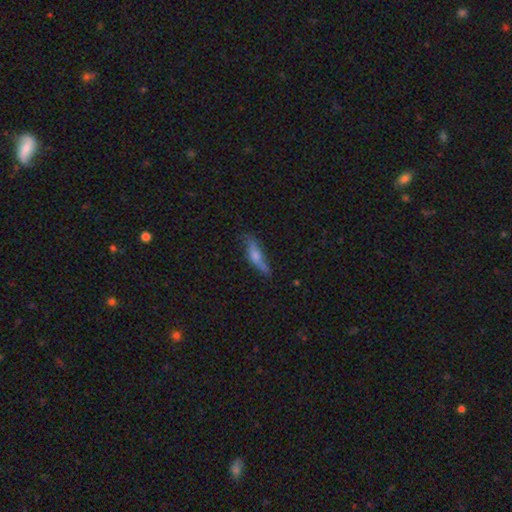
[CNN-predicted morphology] This is possibly a smooth galaxy (56%). How rounded: likely cigar-shaped (69%). Merging: likely none (62%).